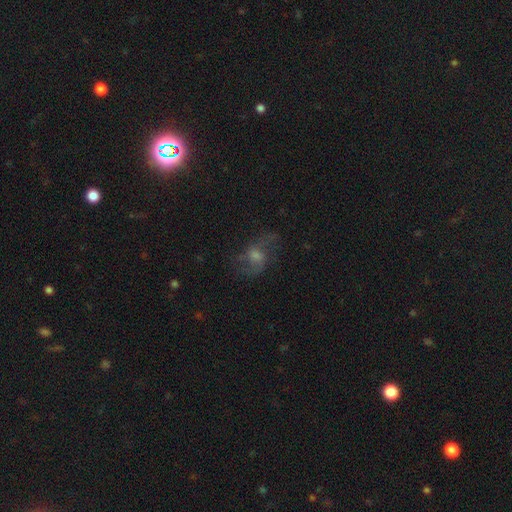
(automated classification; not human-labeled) Smooth or featured? featured or disk (55%)
Edge-on disk? no (94%)
Bar? no (62%)
Spiral arms? yes (81%)
Bulge size? moderate (42%)
Merging? none (62%)